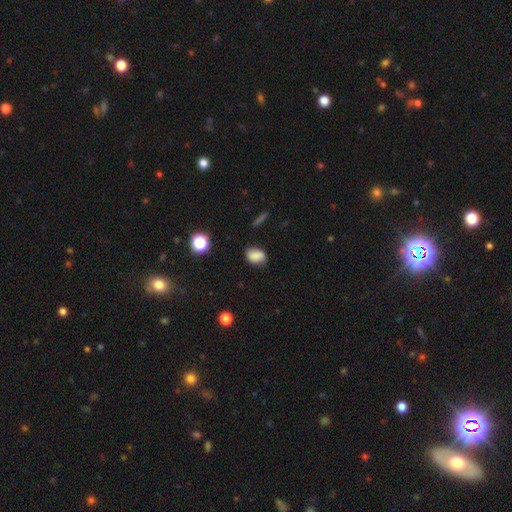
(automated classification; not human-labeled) This appears to be a smooth galaxy with no disk features (82%) that is in between round and cigar-shaped (73%). Merging: none (76%).